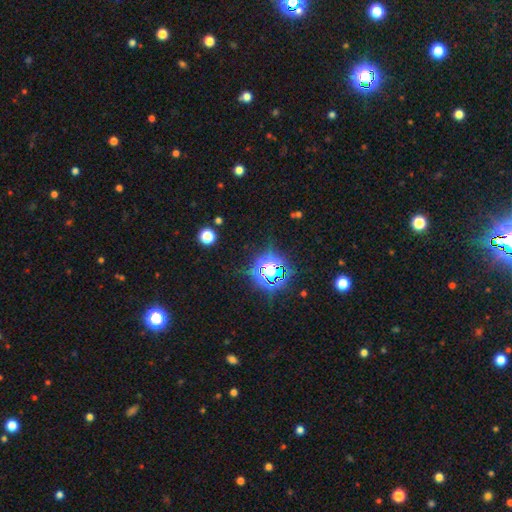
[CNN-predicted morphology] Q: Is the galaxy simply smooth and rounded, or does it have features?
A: star or artifact — 80%.